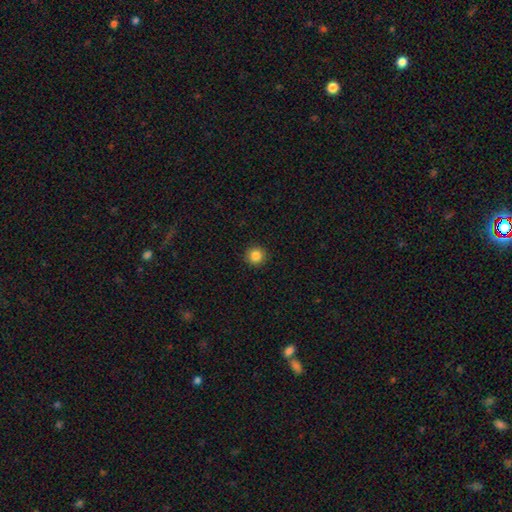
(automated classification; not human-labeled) A smooth galaxy with no disk features (85%) that is round (94%). Merging: none (92%).